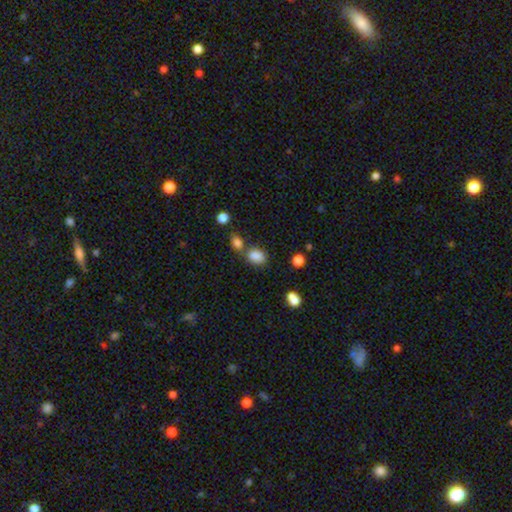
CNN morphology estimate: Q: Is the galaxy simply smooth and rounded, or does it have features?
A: smooth — 83%.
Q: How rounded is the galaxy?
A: in between — 68%.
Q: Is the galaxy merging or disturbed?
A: none — 55%.